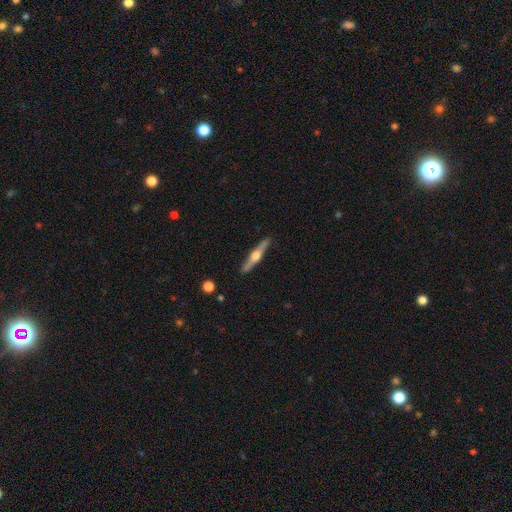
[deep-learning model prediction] Smooth or featured?
  - featured or disk: 73% *
  - smooth: 23%
  - star or artifact: 5%
Edge-on disk?
  - yes: 98% *
  - no: 2%
Edge-on bulge?
  - rounded: 93% *
  - boxy: 5%
  - none: 3%
Merging?
  - none: 90% *
  - minor disturbance: 7%
  - major disturbance: 1%
  - merger: 1%